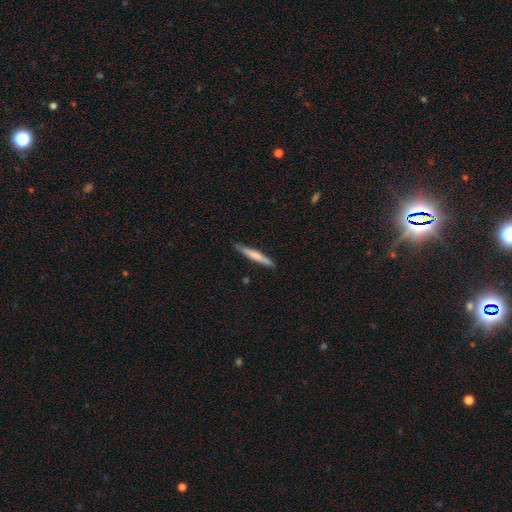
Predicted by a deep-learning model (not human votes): smooth 64%, featured or disk 31%, star or artifact 5%. Down the decision tree: how rounded — cigar-shaped (95%); merging — none (87%).